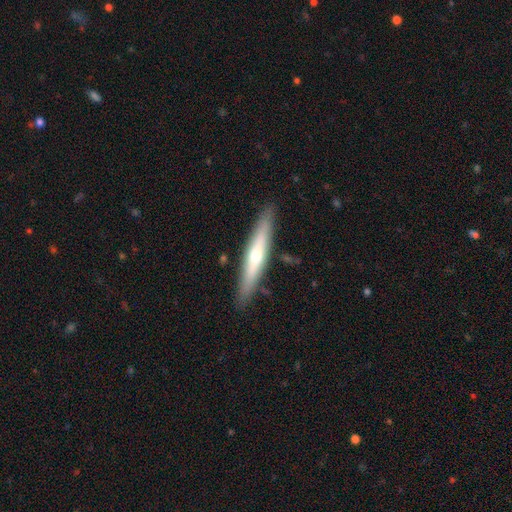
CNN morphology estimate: This appears to be a featured or disk galaxy (55%) viewed edge-on (92%) with a rounded central bulge (76%). Merging: none (89%).